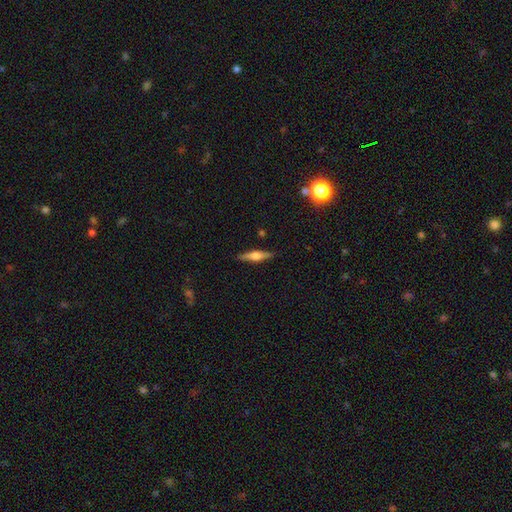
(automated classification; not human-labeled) Smooth or featured? featured or disk (63%)
Edge-on disk? yes (97%)
Edge-on bulge? rounded (90%)
Merging? none (89%)